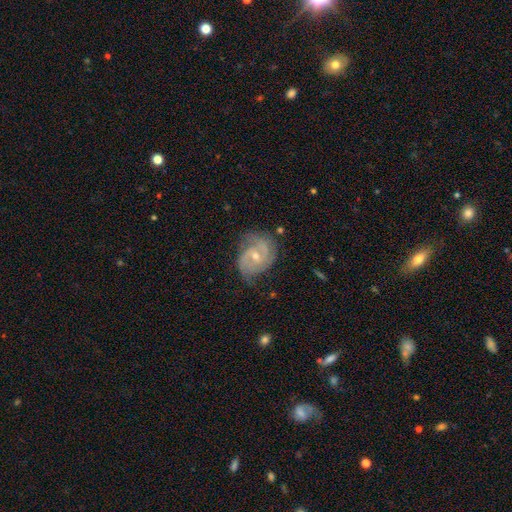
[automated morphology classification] The model was most divided on "bar": no: 46%, weak: 45%, strong: 9%. Remaining: edge-on disk — no (98%); spiral arms — yes (96%); smooth or featured — featured or disk (86%); merging — none (67%); spiral arm count — 2 (62%); bulge size — small (53%); spiral winding — medium (45%).